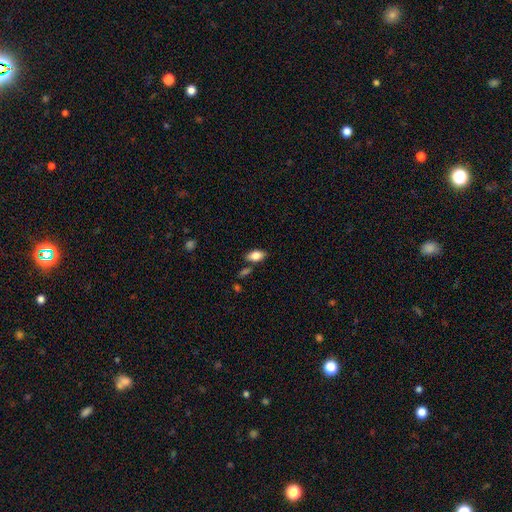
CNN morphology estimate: type=smooth (80%); roundness=in between (90%); merging=none (76%).